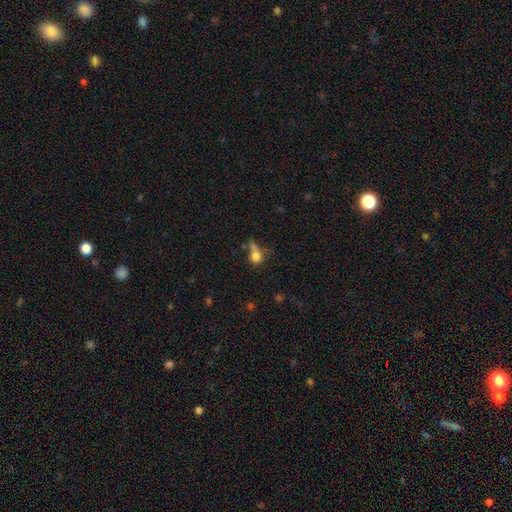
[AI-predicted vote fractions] Morphology: type=smooth (75%); roundness=round (68%); merging=none (37%).